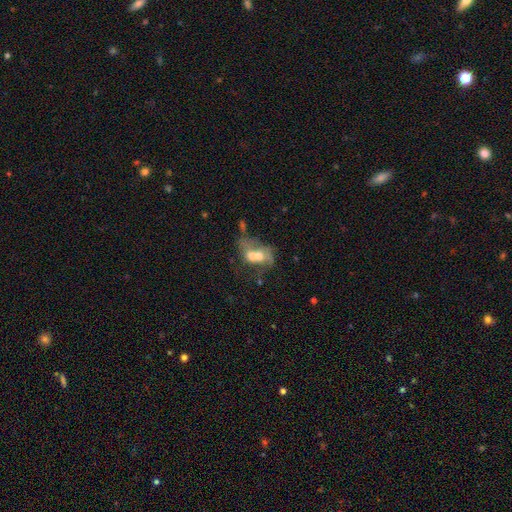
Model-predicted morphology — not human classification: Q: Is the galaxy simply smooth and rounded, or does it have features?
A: smooth — 47%.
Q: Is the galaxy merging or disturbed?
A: merger — 69%.